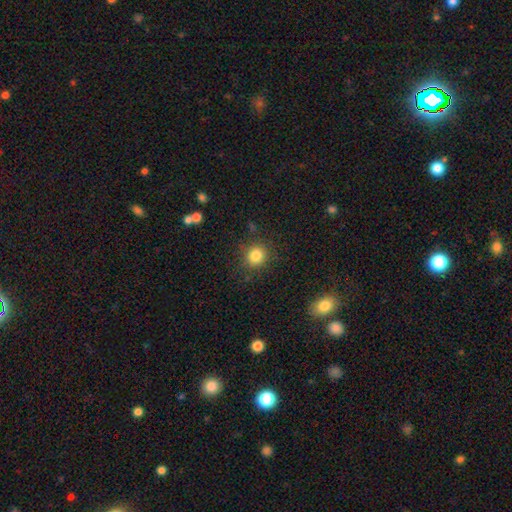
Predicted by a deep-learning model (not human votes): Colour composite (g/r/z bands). It shows a smooth galaxy with no disk features (83%) that is round (85%). Merging: none (86%).